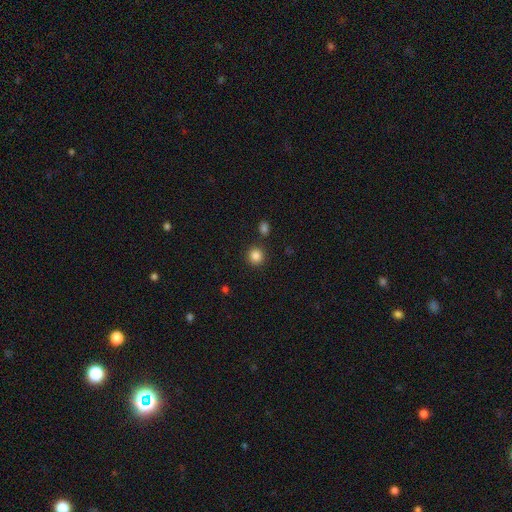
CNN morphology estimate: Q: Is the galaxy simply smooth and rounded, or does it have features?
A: smooth — 85%.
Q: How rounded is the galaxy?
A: round — 92%.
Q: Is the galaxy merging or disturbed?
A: none — 85%.